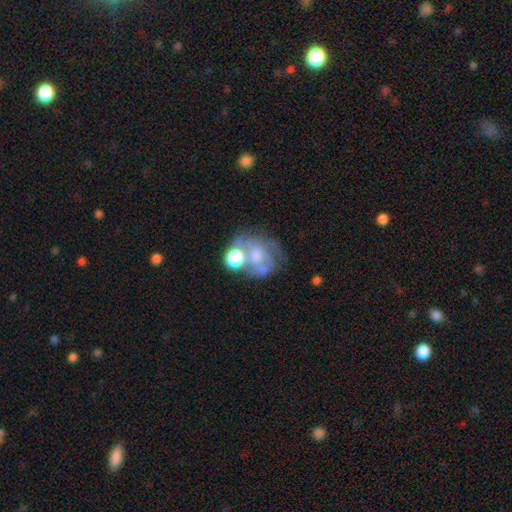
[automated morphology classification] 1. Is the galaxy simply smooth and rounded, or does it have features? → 57% featured or disk, 30% smooth, 13% star or artifact.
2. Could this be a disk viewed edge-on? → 97% no, 3% yes.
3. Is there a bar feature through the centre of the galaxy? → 76% no, 19% weak, 5% strong.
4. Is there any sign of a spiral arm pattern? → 52% yes, 48% no.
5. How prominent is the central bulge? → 36% moderate, 26% small, 22% none, 13% large, 3% dominant.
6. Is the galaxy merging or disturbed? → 36% none, 28% merger, 19% major disturbance, 17% minor disturbance.